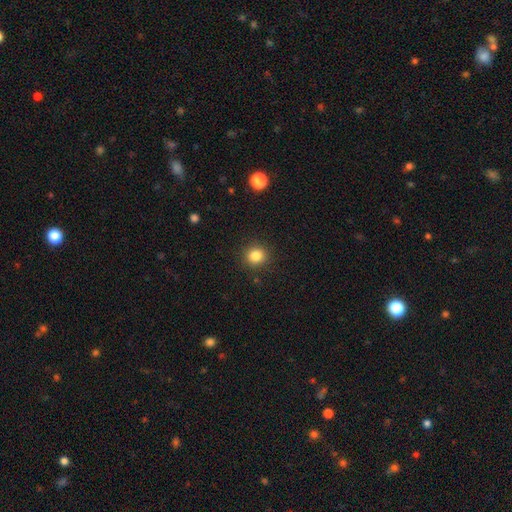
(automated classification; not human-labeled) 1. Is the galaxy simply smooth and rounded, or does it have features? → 84% smooth, 11% star or artifact, 5% featured or disk.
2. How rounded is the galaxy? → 89% round, 10% in between, 1% cigar-shaped.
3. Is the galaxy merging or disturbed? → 91% none, 6% minor disturbance, 2% major disturbance, 1% merger.